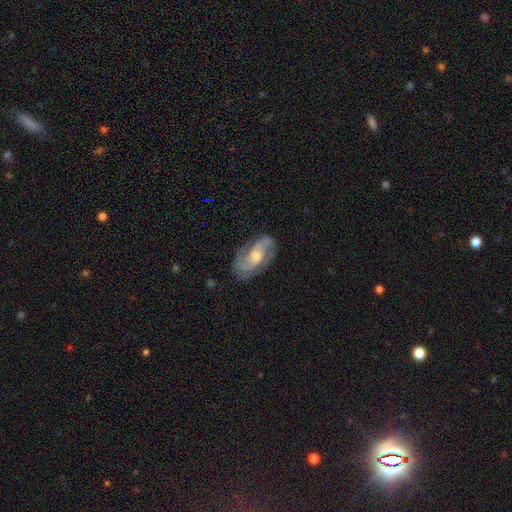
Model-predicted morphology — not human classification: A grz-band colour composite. It shows a featured or disk galaxy (74%) with no bar (58%), 2 (63%) medium (45%) spiral arms (88%) and a moderate central bulge (58%). Merging: none (73%).